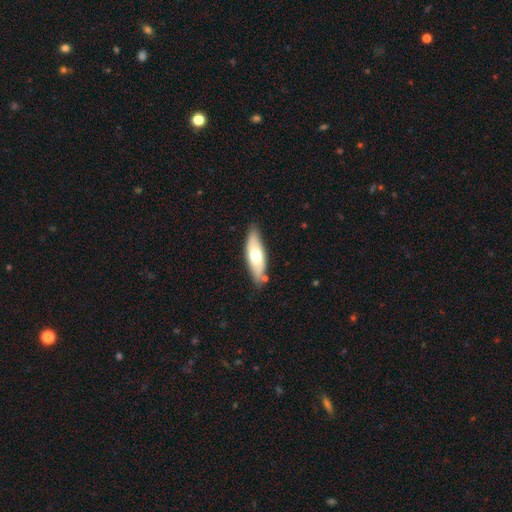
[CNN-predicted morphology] Smooth or featured? smooth (58%)
How rounded? in between (60%)
Merging? none (80%)